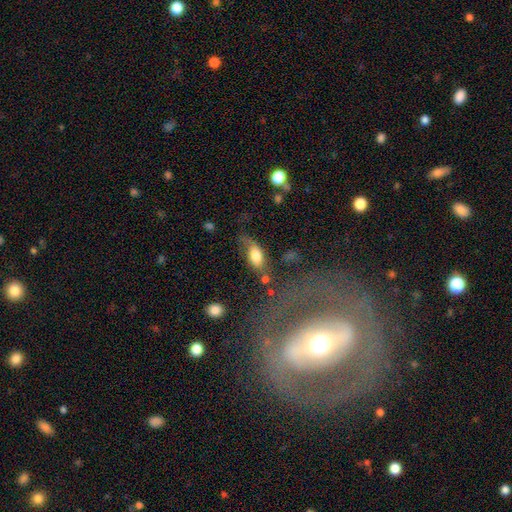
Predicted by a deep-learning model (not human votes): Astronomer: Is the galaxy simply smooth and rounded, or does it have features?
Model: smooth — 71%.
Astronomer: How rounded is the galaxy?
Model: in between — 86%.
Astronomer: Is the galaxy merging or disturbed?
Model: none — 39% (runner-up: minor disturbance, 31%).